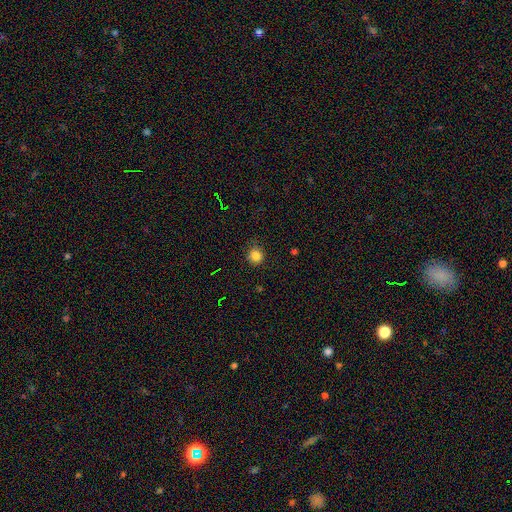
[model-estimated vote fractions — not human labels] Smooth or featured: smooth — 83% (star or artifact — 13%)
How rounded: round — 88% (in between — 11%)
Merging: none — 82% (minor disturbance — 14%)